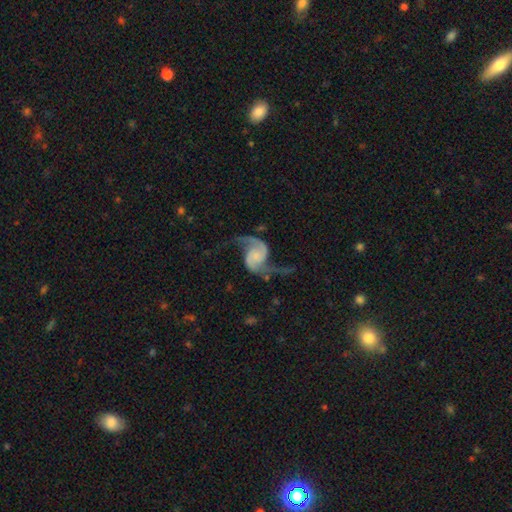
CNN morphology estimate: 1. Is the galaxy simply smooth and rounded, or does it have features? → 91% featured or disk, 5% star or artifact, 5% smooth.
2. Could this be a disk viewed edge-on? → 98% no, 2% yes.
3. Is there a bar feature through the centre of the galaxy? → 65% no, 27% weak, 9% strong.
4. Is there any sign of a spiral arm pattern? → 98% yes, 2% no.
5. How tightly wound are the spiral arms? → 73% loose, 22% medium, 5% tight.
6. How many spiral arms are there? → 95% 2, 1% 1, 1% can't tell, 1% 3, 1% 4, 1% more than 4.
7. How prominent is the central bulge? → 44% none, 32% small, 14% moderate, 7% large, 3% dominant.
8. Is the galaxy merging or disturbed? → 66% none, 16% minor disturbance, 14% major disturbance, 3% merger.